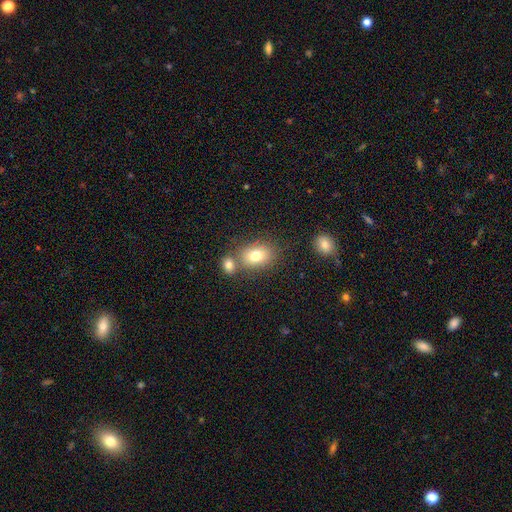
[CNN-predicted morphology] Smooth or featured?
  - smooth: 78% *
  - featured or disk: 12%
  - star or artifact: 10%
How rounded?
  - in between: 72% *
  - round: 27%
  - cigar-shaped: 1%
Merging?
  - none: 58% *
  - merger: 26%
  - minor disturbance: 12%
  - major disturbance: 4%